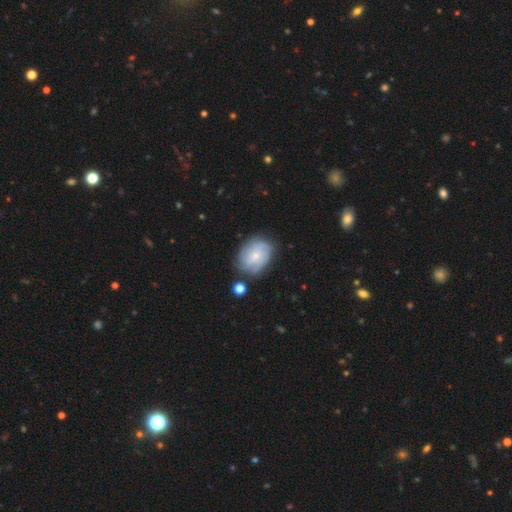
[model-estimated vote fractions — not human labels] Smooth or featured? Predicted: featured or disk (p=0.54). Edge-on disk? Predicted: no (p=0.97). Bar? Predicted: no (p=0.77). Spiral arms? Predicted: yes (p=0.81). Bulge size? Predicted: small (p=0.67). Merging? Predicted: none (p=0.68).